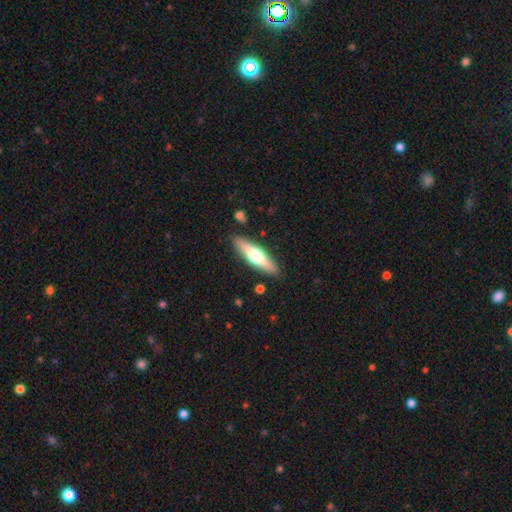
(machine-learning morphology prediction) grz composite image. It shows a featured or disk galaxy (48%). Merging: none (88%).